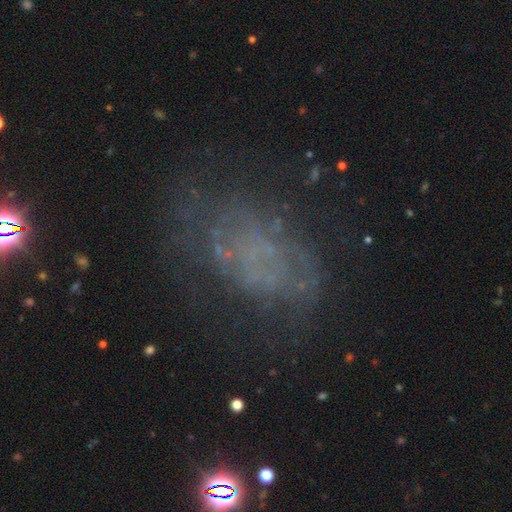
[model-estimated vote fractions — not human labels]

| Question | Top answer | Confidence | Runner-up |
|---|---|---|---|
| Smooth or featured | featured or disk | 46% | smooth (31%) |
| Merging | none | 55% | major disturbance (22%) |